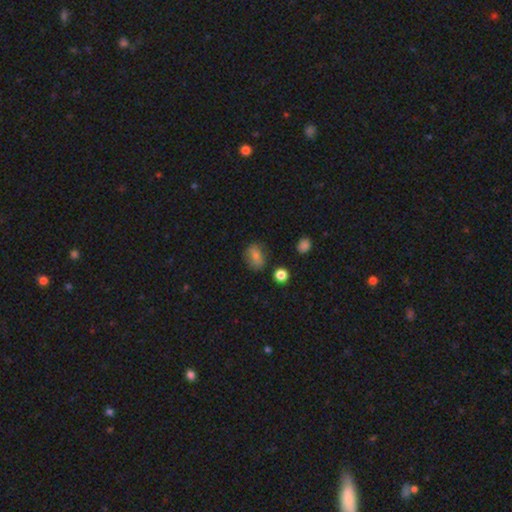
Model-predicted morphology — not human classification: This appears to be a smooth galaxy with no disk features (70%) that is in between round and cigar-shaped (66%). Merging: none (73%).